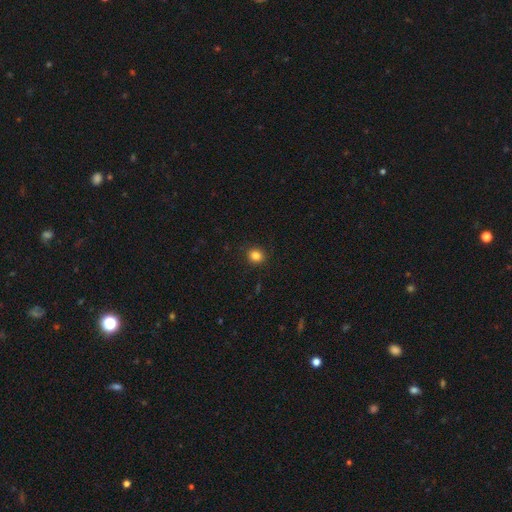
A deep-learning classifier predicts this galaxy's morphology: A smooth galaxy with no disk features (84%) that is round (82%).

Vote fractions:
- Smooth or featured? smooth: 84% / star or artifact: 12% / featured or disk: 5%
- How rounded? round: 82% / in between: 17% / cigar-shaped: 1%
- Merging? none: 91% / minor disturbance: 6% / major disturbance: 2% / merger: 1%